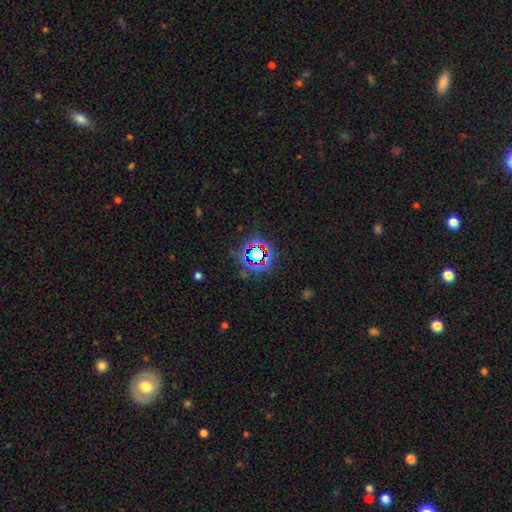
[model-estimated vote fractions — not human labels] Overall: star or artifact (76%).